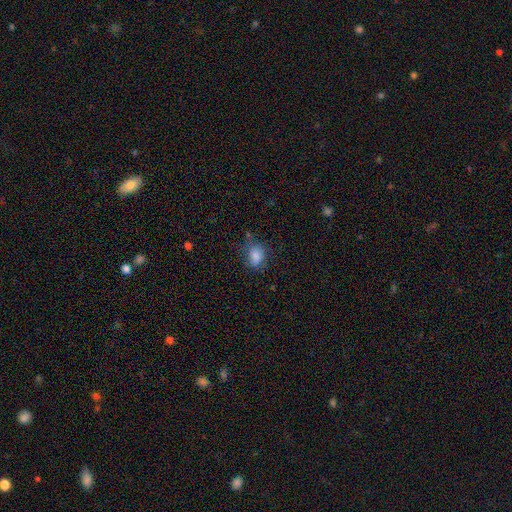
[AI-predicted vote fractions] This appears to be a smooth galaxy with no disk features (82%) that is in between round and cigar-shaped (65%). Merging: none (65%).